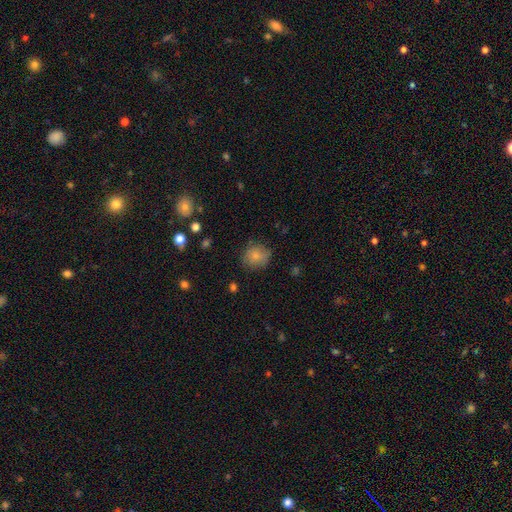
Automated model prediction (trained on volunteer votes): smooth-or-featured: smooth: 82% | star or artifact: 9% | featured or disk: 8%
  how-rounded: round: 82% | in between: 17% | cigar-shaped: 1%
  merging: none: 80% | minor disturbance: 15% | major disturbance: 4% | merger: 1%